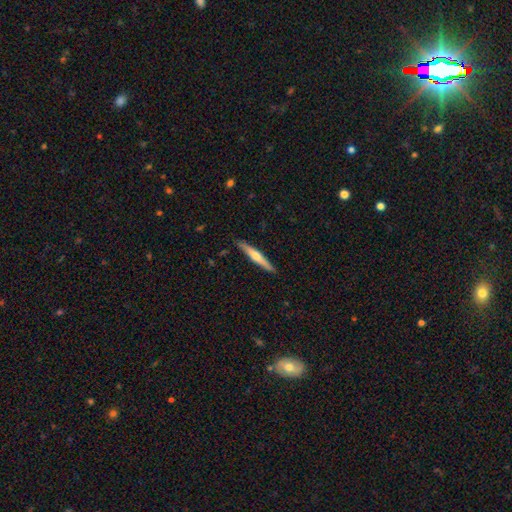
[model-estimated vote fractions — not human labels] A featured or disk galaxy (50%). Merging: none (89%).